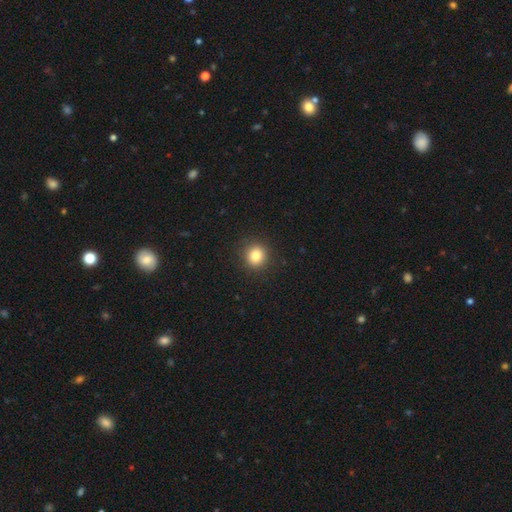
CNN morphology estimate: Smooth or featured? smooth (83%)
How rounded? round (91%)
Merging? none (91%)